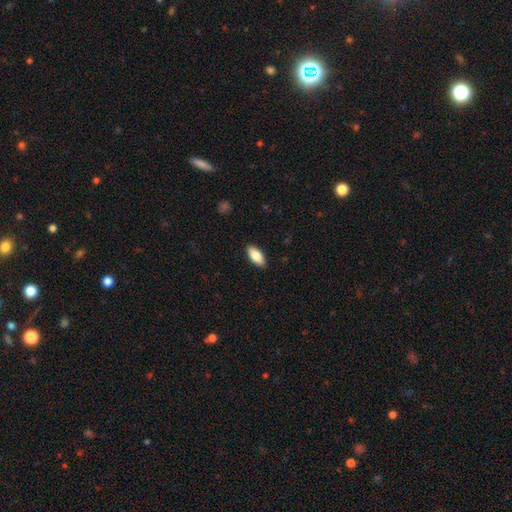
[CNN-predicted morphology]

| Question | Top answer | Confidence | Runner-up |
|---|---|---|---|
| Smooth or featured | smooth | 81% | featured or disk (13%) |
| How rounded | in between | 86% | cigar-shaped (12%) |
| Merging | none | 89% | minor disturbance (9%) |